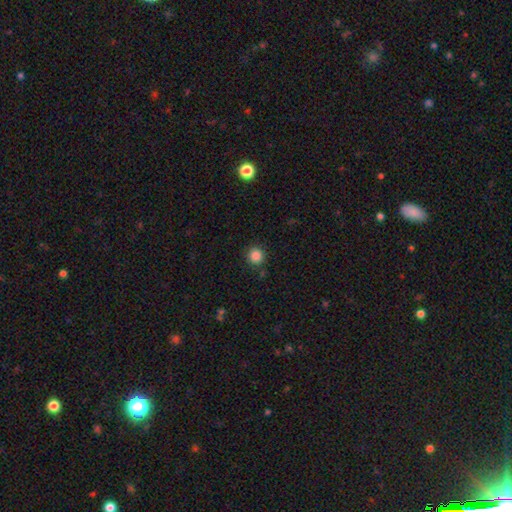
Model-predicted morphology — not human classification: A smooth galaxy with no disk features (86%) that is round (93%).

Vote fractions:
- Smooth or featured? smooth: 86% / star or artifact: 11% / featured or disk: 3%
- How rounded? round: 93% / in between: 6% / cigar-shaped: 1%
- Merging? none: 88% / minor disturbance: 7% / major disturbance: 2% / merger: 2%